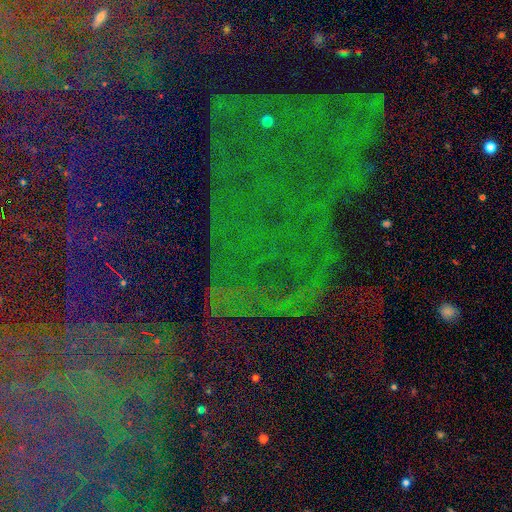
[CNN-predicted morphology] Smooth or featured: star or artifact — 83% (featured or disk — 9%)